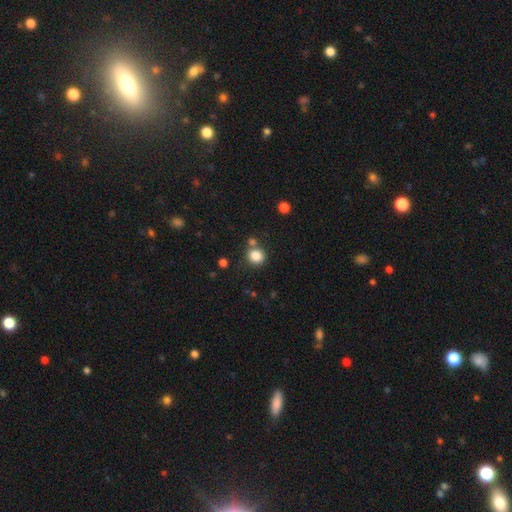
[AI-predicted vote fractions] A smooth galaxy with no disk features (83%) that is round (89%). Merging: none (72%).